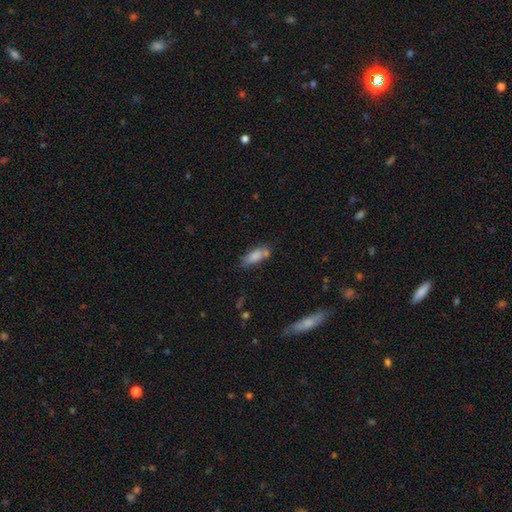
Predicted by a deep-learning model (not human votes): Smooth or featured?
  - smooth: 79% *
  - featured or disk: 13%
  - star or artifact: 8%
How rounded?
  - in between: 73% *
  - cigar-shaped: 25%
  - round: 3%
Merging?
  - none: 52% *
  - minor disturbance: 21%
  - merger: 20%
  - major disturbance: 7%